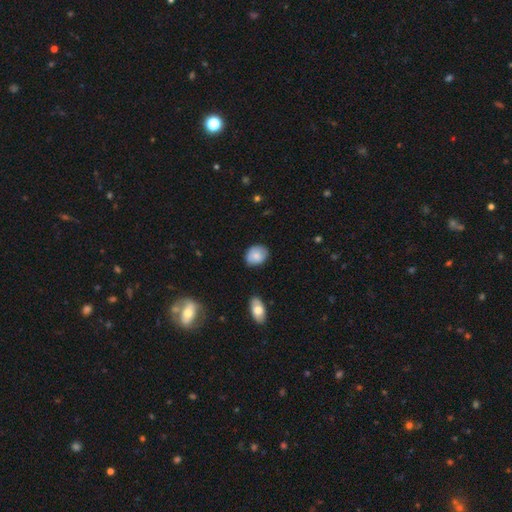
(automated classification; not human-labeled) Smooth or featured? Predicted: smooth (p=0.81). How rounded? Predicted: in between (p=0.62). Merging? Predicted: none (p=0.77).